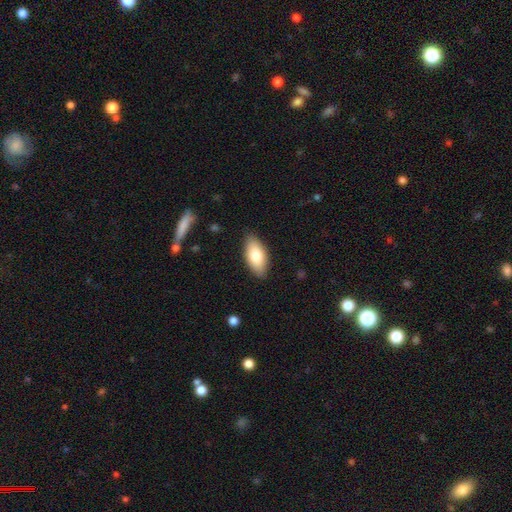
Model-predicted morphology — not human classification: The model was most divided on "smooth or featured": smooth: 77%, featured or disk: 17%, star or artifact: 6%. More confident: how rounded — in between (90%); merging — none (86%).